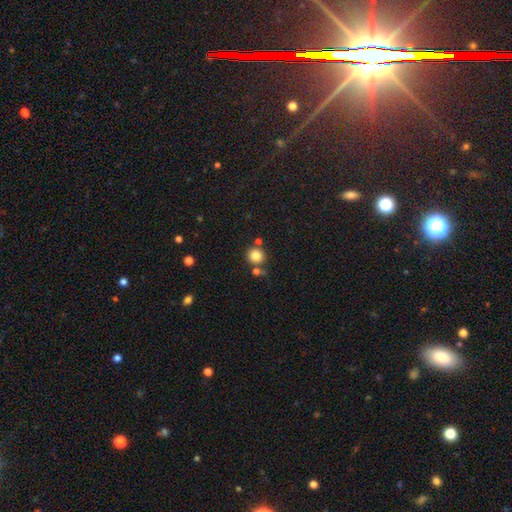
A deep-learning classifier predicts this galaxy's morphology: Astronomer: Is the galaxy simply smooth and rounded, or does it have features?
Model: smooth — 82%.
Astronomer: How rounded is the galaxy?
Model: round — 92%.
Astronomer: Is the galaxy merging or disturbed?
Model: none — 75%.